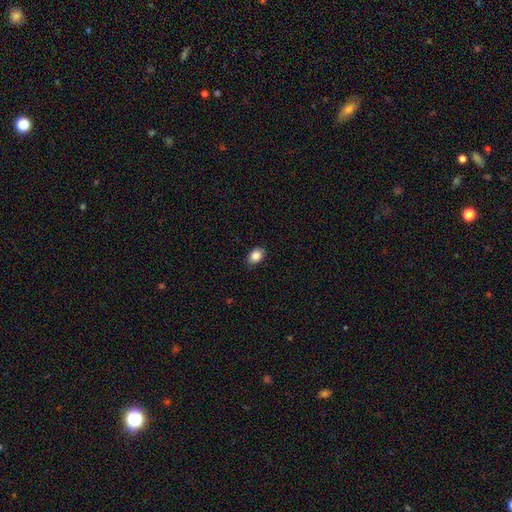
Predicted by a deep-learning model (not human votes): Smooth or featured? Predicted: smooth (p=0.87). How rounded? Predicted: in between (p=0.79). Merging? Predicted: none (p=0.86).